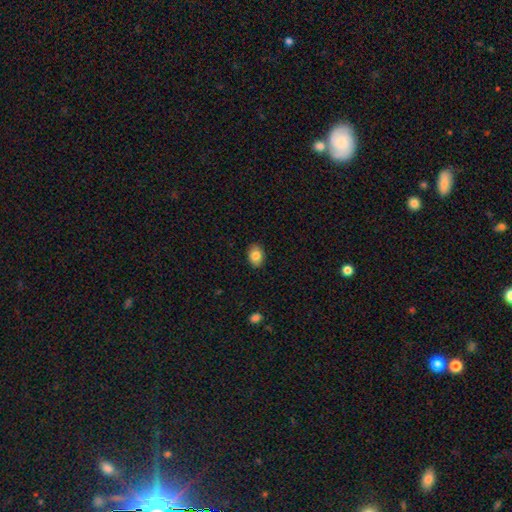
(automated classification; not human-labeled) smooth 84%, star or artifact 8%, featured or disk 8%. Down the decision tree: how rounded — in between (74%); merging — none (89%).